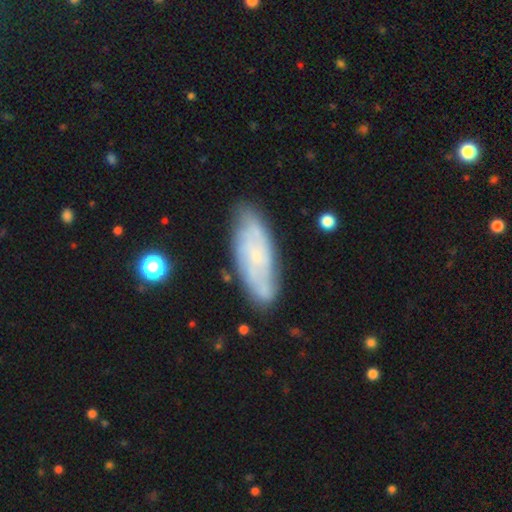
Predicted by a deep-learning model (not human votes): featured or disk 61%, smooth 32%, star or artifact 7%. Down the decision tree: edge-on disk — no (85%); bar — no (74%); spiral arms — yes (80%); bulge size — small (78%); merging — none (78%).